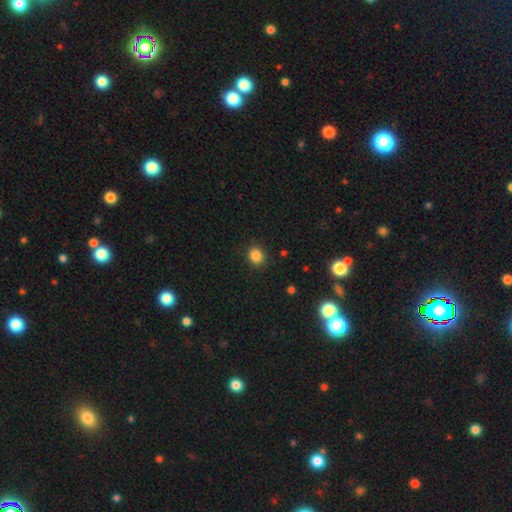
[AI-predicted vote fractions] This is clearly a smooth galaxy (85%). How rounded: likely round (71%). Merging: clearly none (89%).